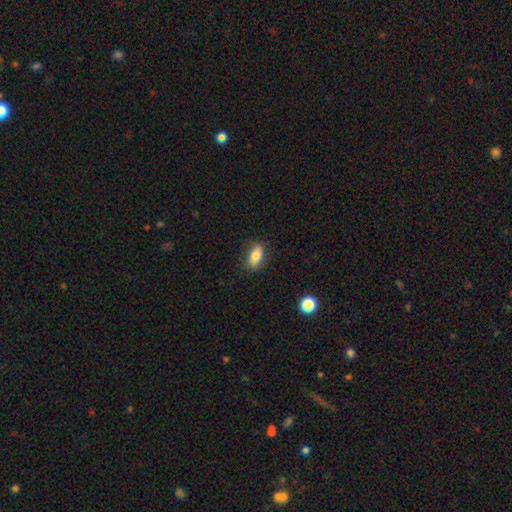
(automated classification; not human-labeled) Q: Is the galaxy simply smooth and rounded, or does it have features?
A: smooth — 81%.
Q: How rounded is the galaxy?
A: in between — 85%.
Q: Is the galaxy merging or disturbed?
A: none — 85%.